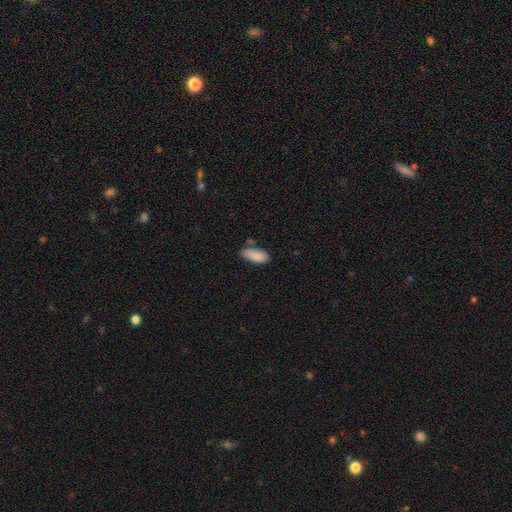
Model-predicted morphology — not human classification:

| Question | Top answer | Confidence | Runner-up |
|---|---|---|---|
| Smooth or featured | smooth | 88% | star or artifact (6%) |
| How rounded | in between | 86% | cigar-shaped (12%) |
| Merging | none | 68% | minor disturbance (21%) |